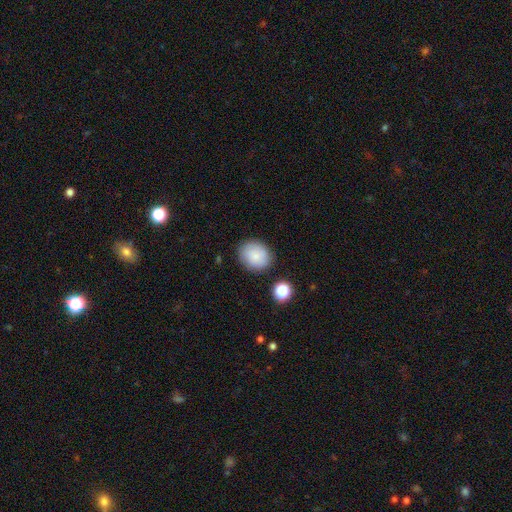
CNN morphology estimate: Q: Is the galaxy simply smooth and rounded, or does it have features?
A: smooth — 83%.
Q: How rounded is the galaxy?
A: round — 67%.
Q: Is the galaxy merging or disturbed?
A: none — 82%.